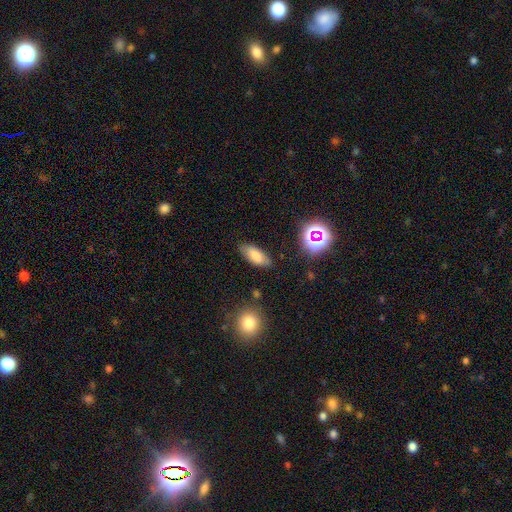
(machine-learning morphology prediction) Smooth or featured: smooth — 77% (featured or disk — 12%)
How rounded: in between — 84% (cigar-shaped — 13%)
Merging: none — 81% (minor disturbance — 14%)